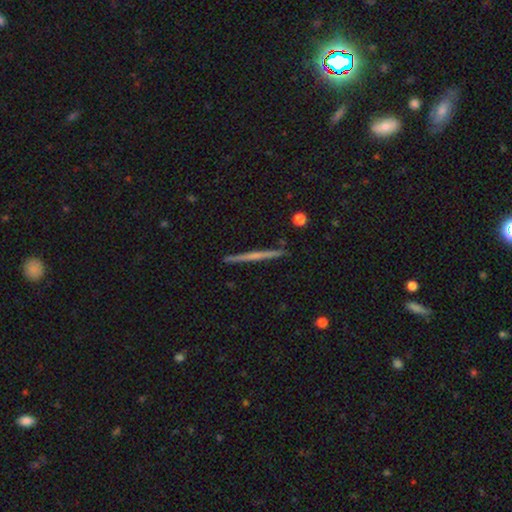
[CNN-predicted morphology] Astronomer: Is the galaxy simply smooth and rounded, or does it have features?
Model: featured or disk — 59% (runner-up: smooth, 35%).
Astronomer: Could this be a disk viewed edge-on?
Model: yes — 98%.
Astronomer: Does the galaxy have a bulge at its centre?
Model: none — 74%.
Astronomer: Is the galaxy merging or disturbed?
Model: none — 92%.